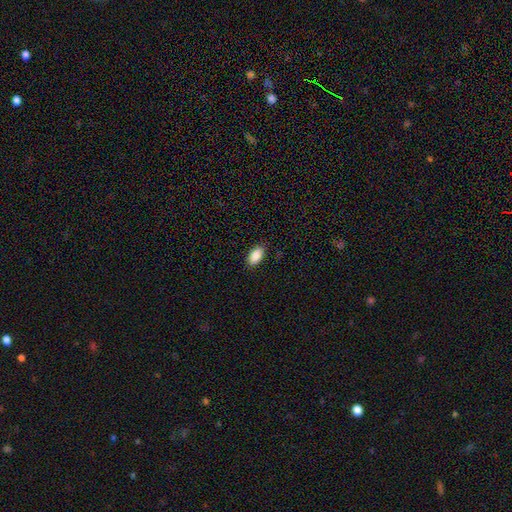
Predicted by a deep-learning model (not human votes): This appears to be a smooth galaxy with no disk features (89%) that is in between round and cigar-shaped (93%). Merging: none (87%).